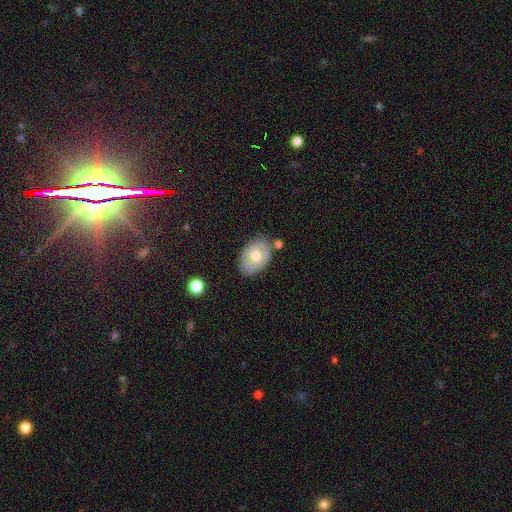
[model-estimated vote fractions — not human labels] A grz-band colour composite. It shows a smooth galaxy with no disk features (60%) that is in between round and cigar-shaped (81%). Merging: none (72%).